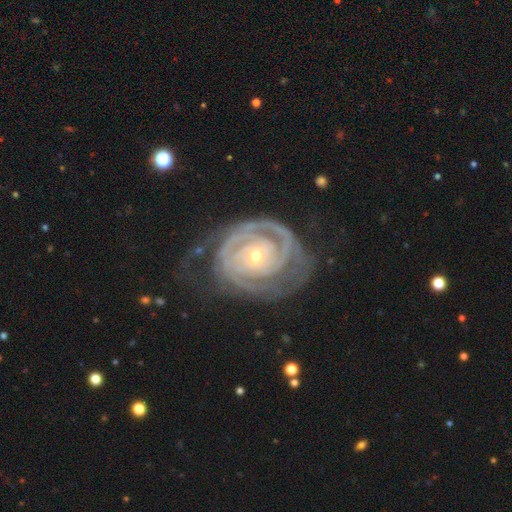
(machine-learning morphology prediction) Smooth or featured? featured or disk (90%)
Edge-on disk? no (97%)
Bar? no (62%)
Spiral arms? yes (97%)
Spiral winding? tight (81%)
Spiral arm count? 2 (41%)
Bulge size? small (66%)
Merging? none (61%)